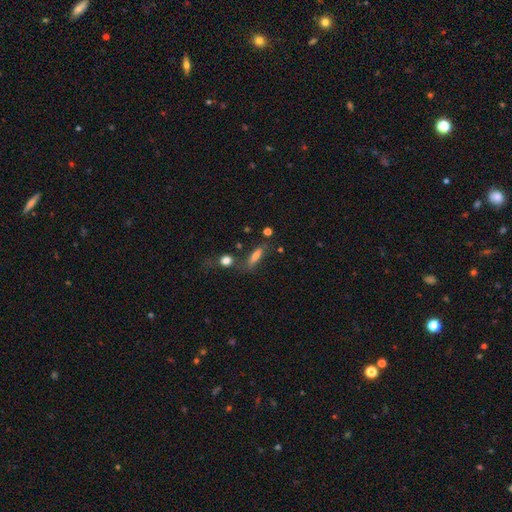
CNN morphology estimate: Q: Smooth or featured?
A: smooth (68%); runner-up: featured or disk (23%)
Q: How rounded?
A: cigar-shaped (55%); runner-up: in between (41%)
Q: Merging?
A: none (62%); runner-up: minor disturbance (18%)